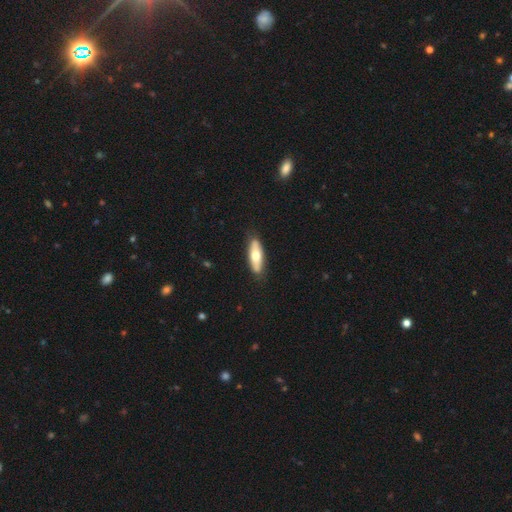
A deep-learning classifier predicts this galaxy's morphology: A smooth galaxy with no disk features (57%) that is in between round and cigar-shaped (56%). Merging: none (84%).